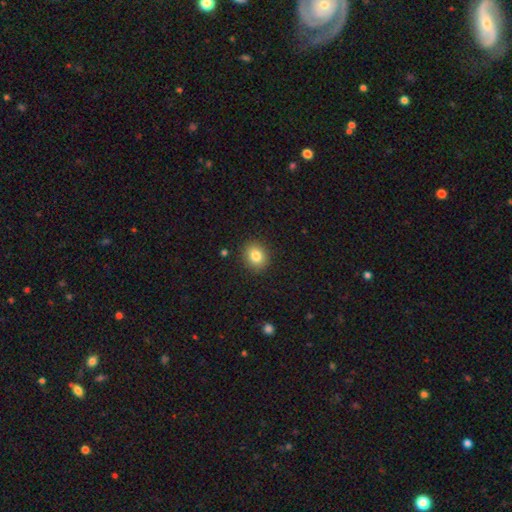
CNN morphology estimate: Overall: smooth (83%). How rounded: round (61%; in between 38%). Merging: none (90%).